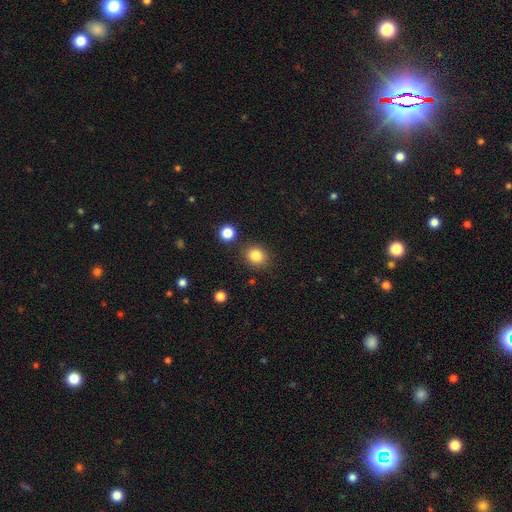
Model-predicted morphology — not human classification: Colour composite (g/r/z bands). It shows a smooth galaxy with no disk features (83%) that is round (74%). Merging: none (83%).